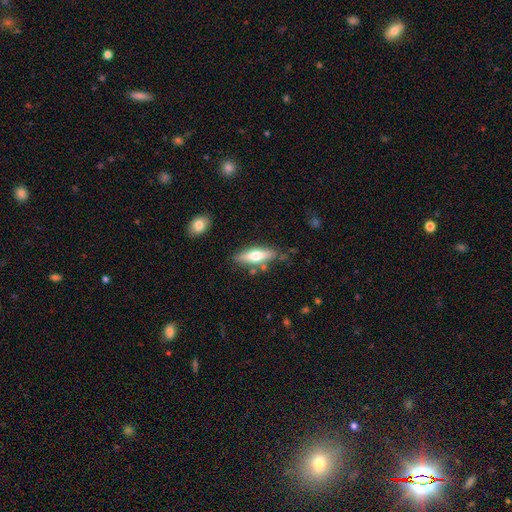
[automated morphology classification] The model was most divided on "how rounded": cigar-shaped: 54%, in between: 44%, round: 2%. More confident: merging — none (77%); smooth or featured — smooth (58%).